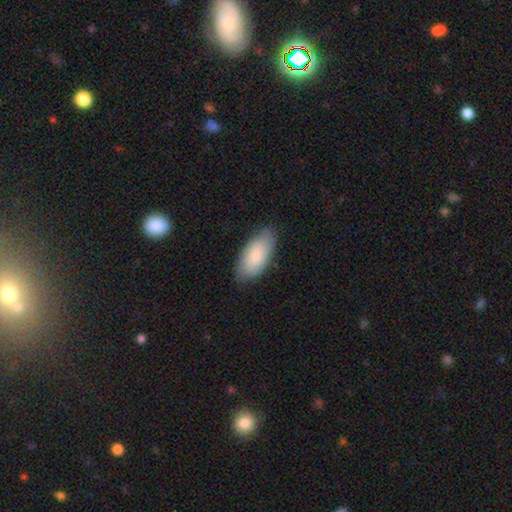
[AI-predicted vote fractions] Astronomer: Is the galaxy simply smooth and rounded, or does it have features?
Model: smooth — 84%.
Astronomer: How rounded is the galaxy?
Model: in between — 93%.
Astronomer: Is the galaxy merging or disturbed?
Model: none — 82%.